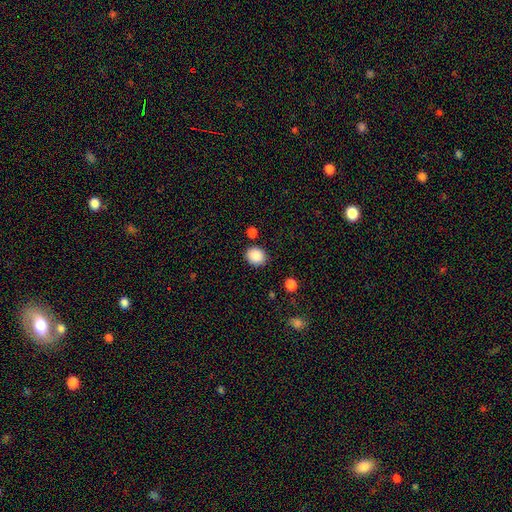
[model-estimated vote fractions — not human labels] A smooth galaxy with no disk features (88%) that is round (64%). Merging: none (84%).